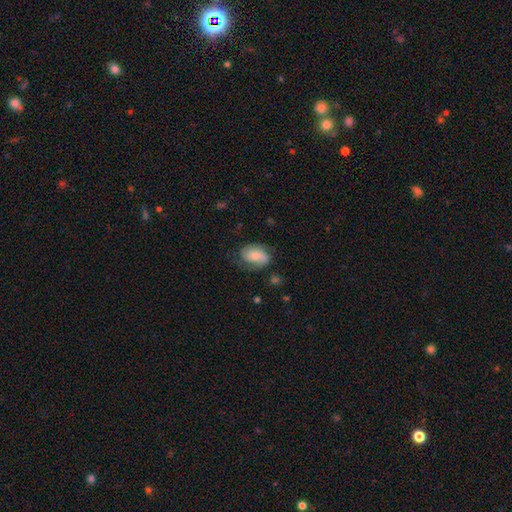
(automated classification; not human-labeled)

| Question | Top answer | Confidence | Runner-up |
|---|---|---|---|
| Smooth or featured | smooth | 57% | featured or disk (35%) |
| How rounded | in between | 85% | round (13%) |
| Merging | none | 56% | minor disturbance (27%) |